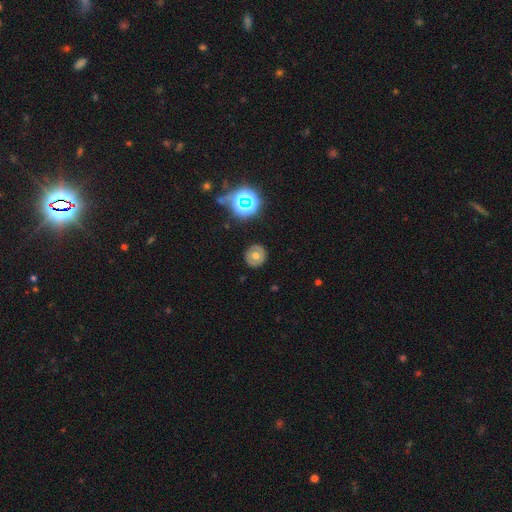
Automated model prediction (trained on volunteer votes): Smooth or featured? Predicted: smooth (p=0.56). How rounded? Predicted: round (p=0.90). Merging? Predicted: none (p=0.88).